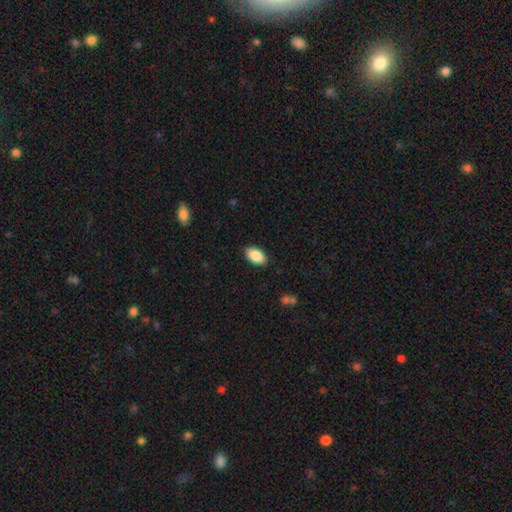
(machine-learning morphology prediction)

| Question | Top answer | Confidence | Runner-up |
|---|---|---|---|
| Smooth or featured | smooth | 88% | star or artifact (7%) |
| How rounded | in between | 94% | round (4%) |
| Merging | none | 88% | minor disturbance (9%) |